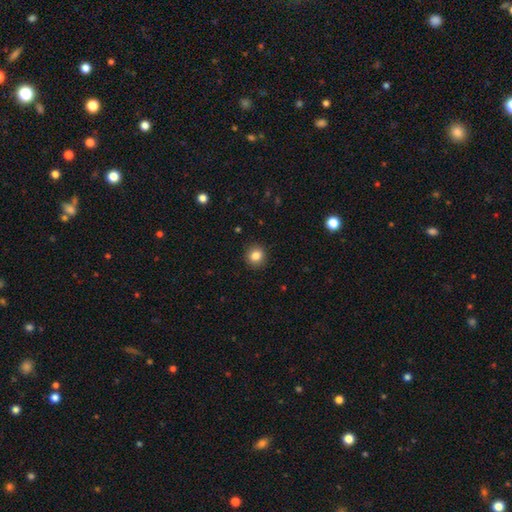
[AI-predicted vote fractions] A smooth galaxy with no disk features (84%) that is round (88%).

Vote fractions:
- Smooth or featured? smooth: 84% / star or artifact: 11% / featured or disk: 5%
- How rounded? round: 88% / in between: 11% / cigar-shaped: 1%
- Merging? none: 91% / minor disturbance: 6% / major disturbance: 2% / merger: 1%